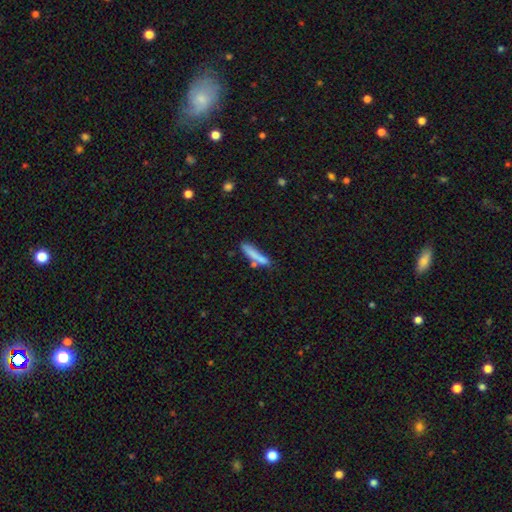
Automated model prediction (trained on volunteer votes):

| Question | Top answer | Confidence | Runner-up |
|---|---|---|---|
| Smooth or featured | smooth | 76% | featured or disk (16%) |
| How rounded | cigar-shaped | 88% | in between (11%) |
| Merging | none | 62% | minor disturbance (17%) |